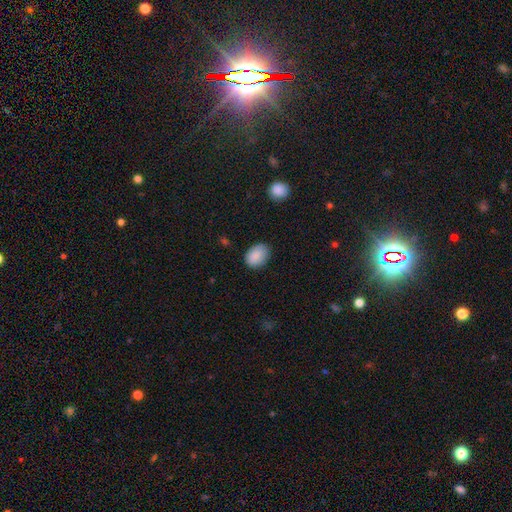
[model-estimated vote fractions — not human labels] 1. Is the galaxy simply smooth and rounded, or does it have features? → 88% smooth, 7% star or artifact, 5% featured or disk.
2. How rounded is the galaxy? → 76% in between, 23% round, 1% cigar-shaped.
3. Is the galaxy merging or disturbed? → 80% none, 16% minor disturbance, 3% major disturbance, 1% merger.